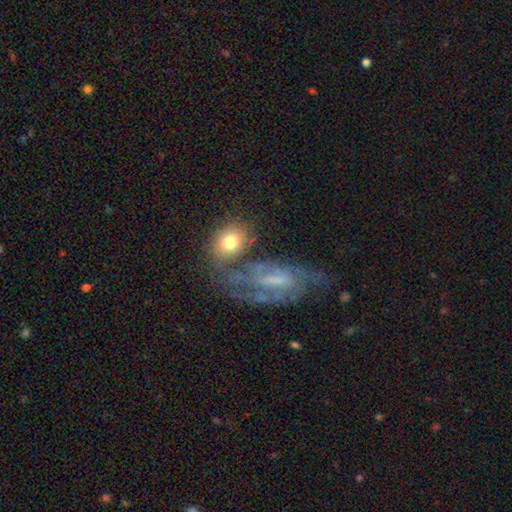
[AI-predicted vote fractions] The model was most divided on "spiral winding": medium: 47%, tight: 36%, loose: 18%. Remaining: edge-on disk — no (95%); spiral arms — yes (90%); smooth or featured — featured or disk (73%); spiral arm count — 2 (71%); bulge size — small (57%); bar — weak (47%); merging — none (45%).